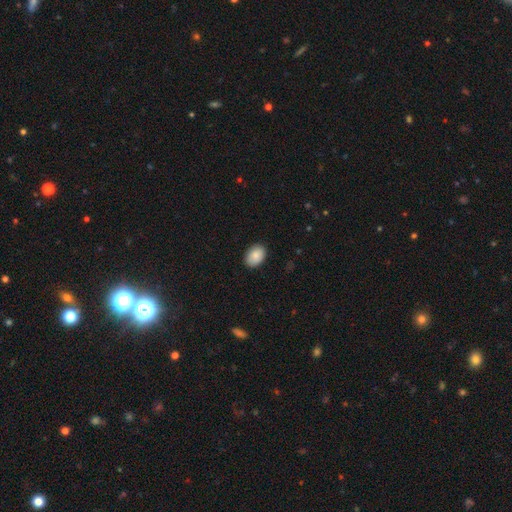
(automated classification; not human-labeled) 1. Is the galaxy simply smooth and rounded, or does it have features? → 88% smooth, 7% star or artifact, 5% featured or disk.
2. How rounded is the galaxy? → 84% in between, 15% round, 1% cigar-shaped.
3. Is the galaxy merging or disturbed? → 88% none, 9% minor disturbance, 2% major disturbance, 1% merger.